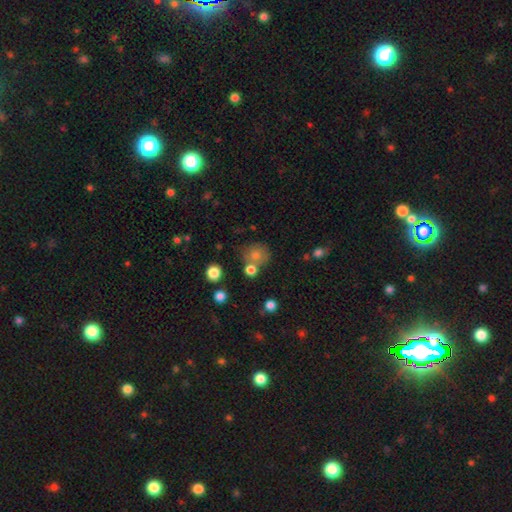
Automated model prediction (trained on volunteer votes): smooth_or_featured: smooth (p=0.71) [alt: star or artifact p=0.17]
how_rounded: round (p=0.82) [alt: in between p=0.17]
merging: none (p=0.62) [alt: merger p=0.21]